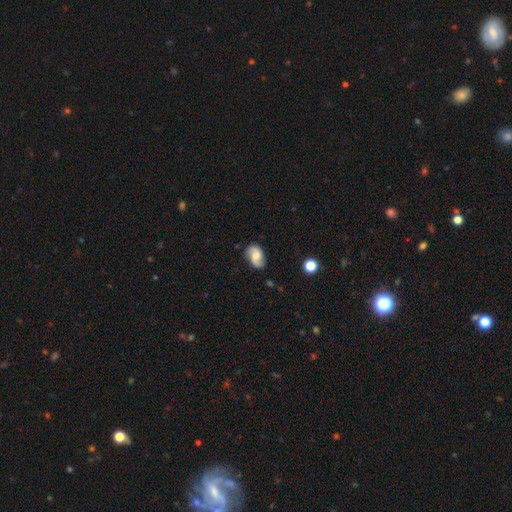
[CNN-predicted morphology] A featured or disk galaxy (51%).

Vote fractions:
- Smooth or featured? featured or disk: 51% / smooth: 41% / star or artifact: 8%
- Edge-on disk? no: 97% / yes: 3%
- Merging? none: 71% / minor disturbance: 22% / major disturbance: 5% / merger: 2%